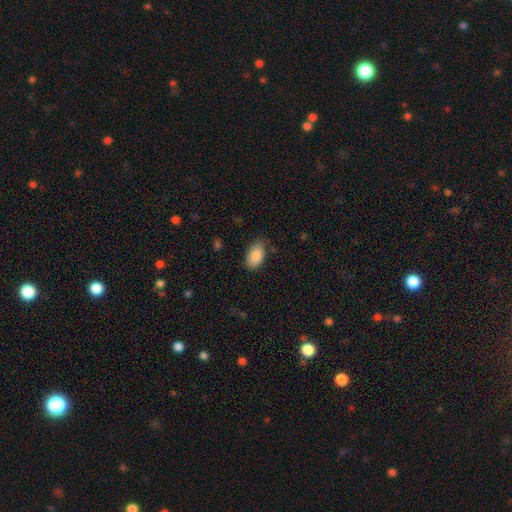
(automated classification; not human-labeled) smooth 88%, star or artifact 7%, featured or disk 6%. Down the decision tree: how rounded — in between (92%); merging — none (75%).